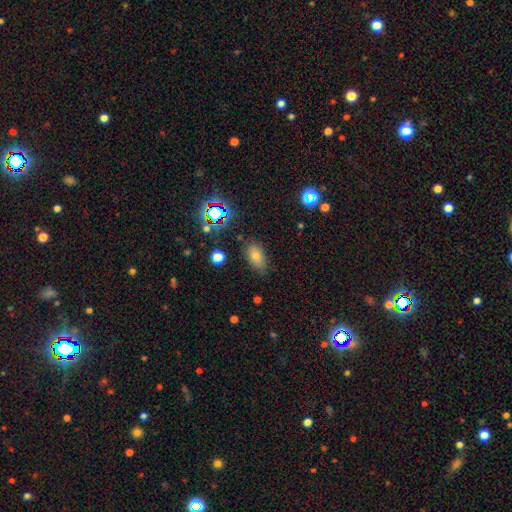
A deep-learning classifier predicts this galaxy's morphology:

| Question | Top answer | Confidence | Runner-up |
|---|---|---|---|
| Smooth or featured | smooth | 67% | star or artifact (22%) |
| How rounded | in between | 86% | round (11%) |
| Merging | none | 79% | minor disturbance (15%) |